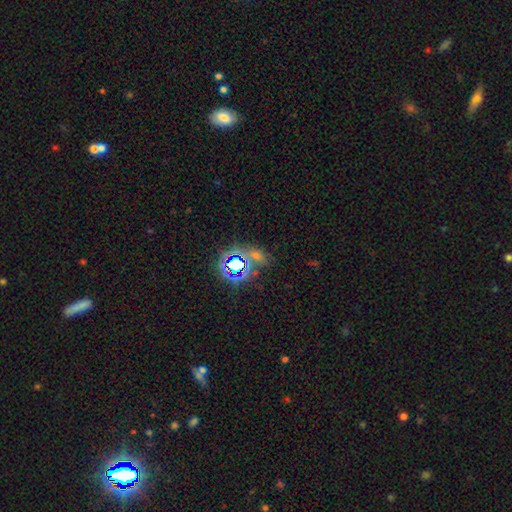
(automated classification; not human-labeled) A star or artifact, not a galaxy (64%).